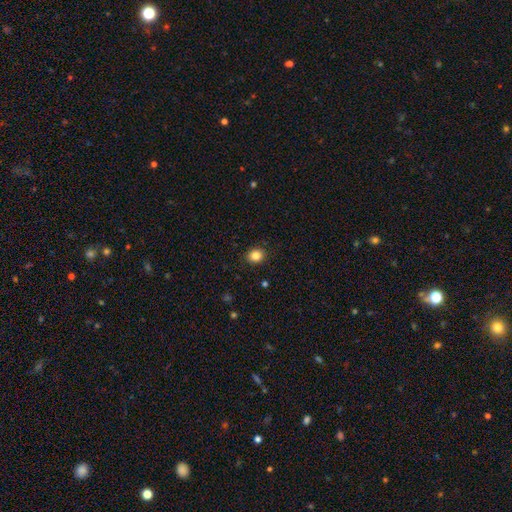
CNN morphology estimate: The model was most divided on "how rounded": round: 73%, in between: 26%, cigar-shaped: 1%. More confident: merging — none (91%); smooth or featured — smooth (84%).